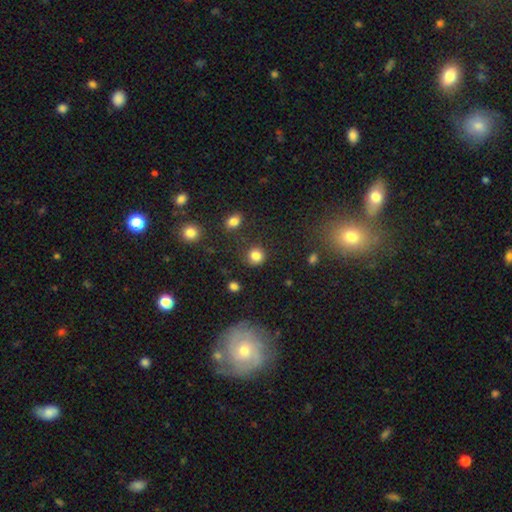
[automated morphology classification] smooth_or_featured: smooth (p=0.83) [alt: star or artifact p=0.12]
how_rounded: round (p=0.88) [alt: in between p=0.11]
merging: none (p=0.80) [alt: minor disturbance p=0.12]